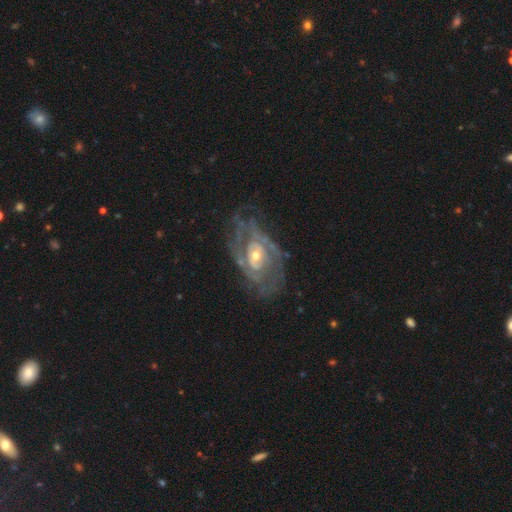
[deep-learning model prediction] Smooth or featured? Predicted: featured or disk (p=0.87). Edge-on disk? Predicted: no (p=0.96). Bar? Predicted: no (p=0.63). Spiral arms? Predicted: yes (p=0.89). Spiral winding? Predicted: tight (p=0.60). Spiral arm count? Predicted: 2 (p=0.35, tied with can't tell). Bulge size? Predicted: moderate (p=0.55). Merging? Predicted: none (p=0.63).